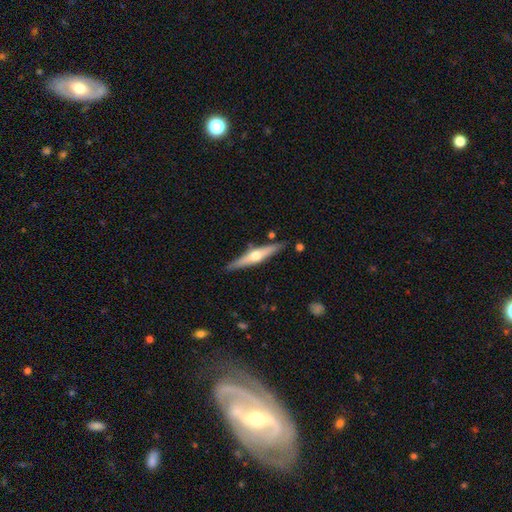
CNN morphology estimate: Smooth or featured: featured or disk — 67% (smooth — 28%)
Edge-on disk: yes — 96% (no — 4%)
Edge-on bulge: rounded — 93% (boxy — 4%)
Merging: none — 86% (minor disturbance — 10%)